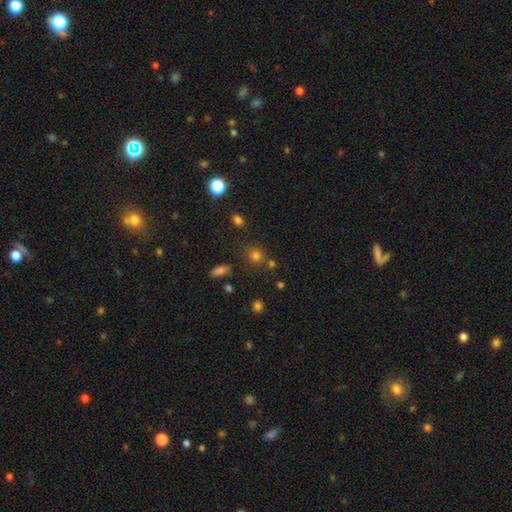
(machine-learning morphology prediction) Smooth or featured? Predicted: smooth (p=0.75). How rounded? Predicted: round (p=0.77). Merging? Predicted: none (p=0.71).